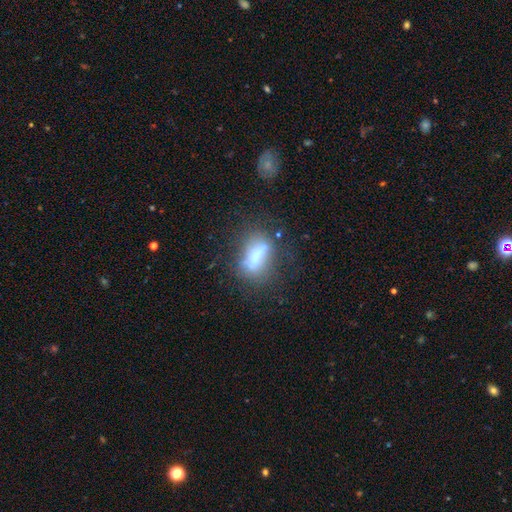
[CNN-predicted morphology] smooth 53%, featured or disk 35%, star or artifact 12%. Down the decision tree: how rounded — in between (56%); merging — none (52%).